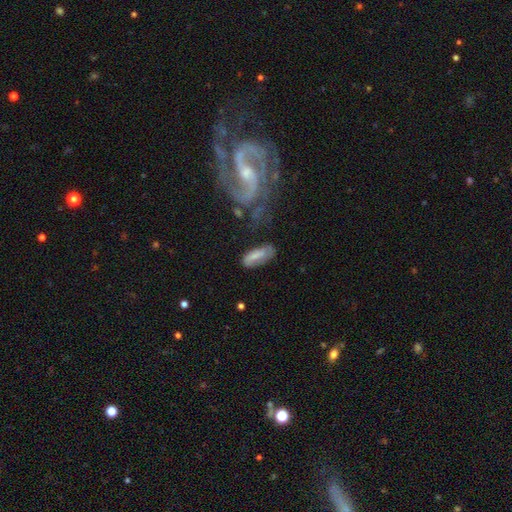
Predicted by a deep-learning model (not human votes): Q: Smooth or featured?
A: smooth (63%); runner-up: featured or disk (29%)
Q: How rounded?
A: in between (74%); runner-up: cigar-shaped (24%)
Q: Merging?
A: none (57%); runner-up: minor disturbance (27%)